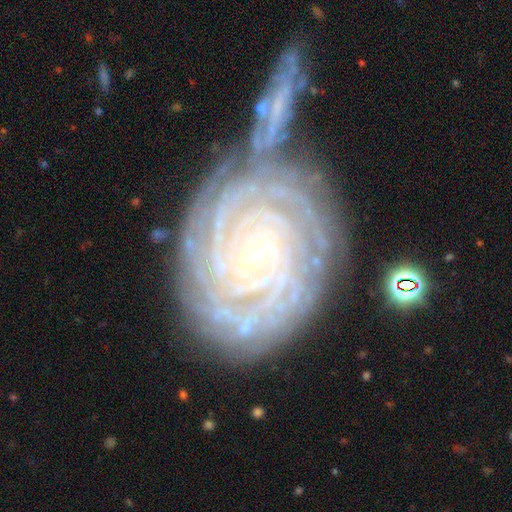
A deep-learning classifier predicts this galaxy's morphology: Smooth or featured? featured or disk (90%)
Edge-on disk? no (97%)
Bar? no (47%)
Spiral arms? yes (98%)
Spiral winding? tight (91%)
Spiral arm count? can't tell (22%, tied with 4)
Bulge size? small (87%)
Merging? none (57%)